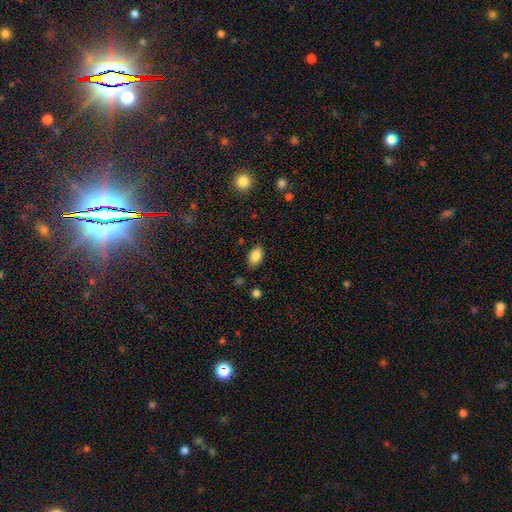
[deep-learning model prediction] smooth 85%, star or artifact 8%, featured or disk 7%. Down the decision tree: how rounded — in between (90%); merging — none (83%).